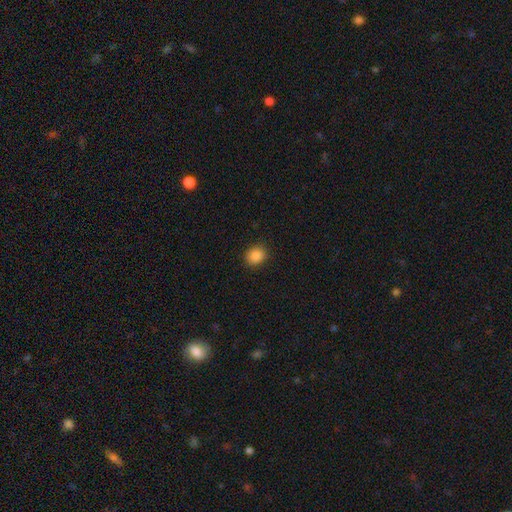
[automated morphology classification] A smooth galaxy with no disk features (87%) that is round (65%).

Vote fractions:
- Smooth or featured? smooth: 87% / star or artifact: 10% / featured or disk: 3%
- How rounded? round: 65% / in between: 34% / cigar-shaped: 1%
- Merging? none: 89% / minor disturbance: 8% / major disturbance: 2% / merger: 1%